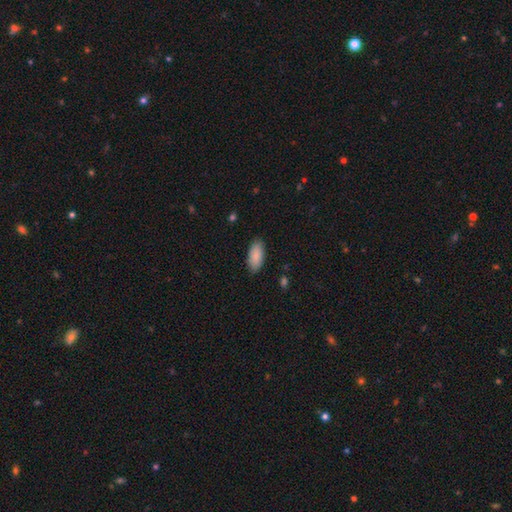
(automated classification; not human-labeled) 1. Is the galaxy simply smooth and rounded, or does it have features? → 90% smooth, 6% star or artifact, 4% featured or disk.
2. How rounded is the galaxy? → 91% in between, 7% cigar-shaped, 2% round.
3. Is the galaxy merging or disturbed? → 88% none, 9% minor disturbance, 2% major disturbance, 1% merger.